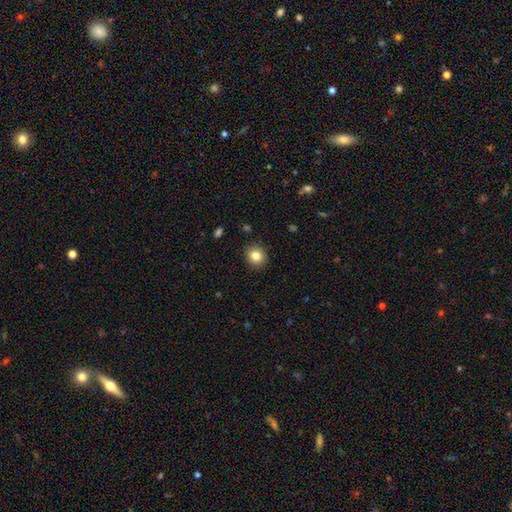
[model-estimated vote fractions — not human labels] Smooth or featured?
  - smooth: 83% *
  - star or artifact: 10%
  - featured or disk: 7%
How rounded?
  - round: 82% *
  - in between: 18%
  - cigar-shaped: 1%
Merging?
  - none: 91% *
  - minor disturbance: 7%
  - major disturbance: 2%
  - merger: 1%